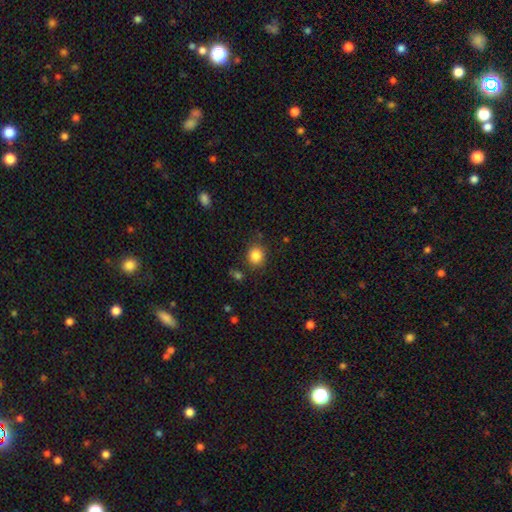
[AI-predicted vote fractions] This appears to be a smooth galaxy with no disk features (85%) that is round (79%). Merging: none (82%).